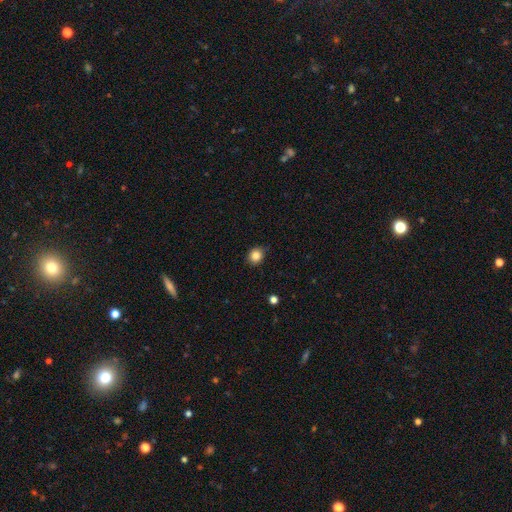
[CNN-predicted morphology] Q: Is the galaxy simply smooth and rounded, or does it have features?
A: smooth — 84%.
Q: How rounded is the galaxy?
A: round — 79%.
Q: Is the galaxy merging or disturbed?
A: none — 83%.